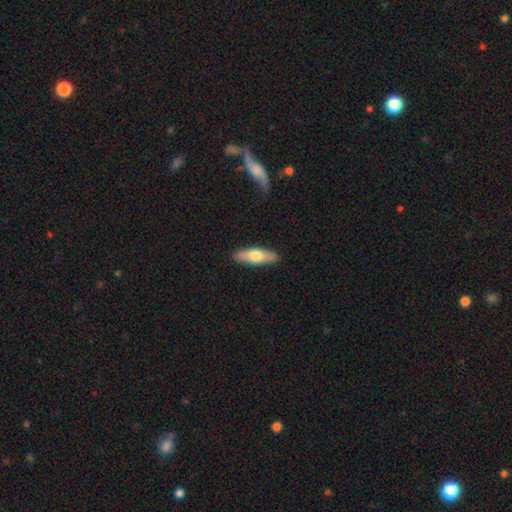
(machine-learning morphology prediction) smooth-or-featured: smooth: 61% | featured or disk: 33% | star or artifact: 5%
  how-rounded: cigar-shaped: 50% | in between: 47% | round: 3%
  merging: none: 90% | minor disturbance: 7% | major disturbance: 2% | merger: 1%